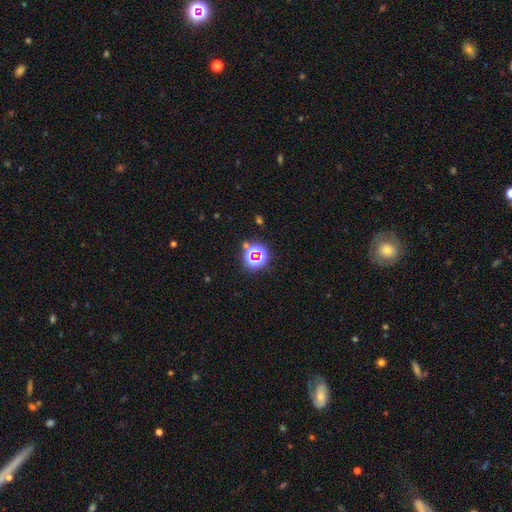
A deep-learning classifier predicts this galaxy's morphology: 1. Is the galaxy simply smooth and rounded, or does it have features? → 61% star or artifact, 28% smooth, 11% featured or disk.